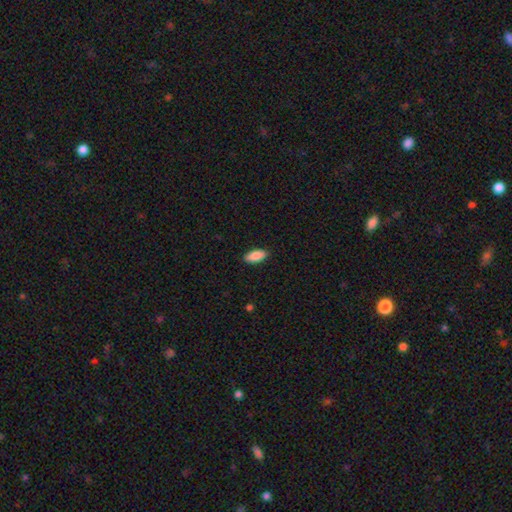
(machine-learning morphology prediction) Q: Smooth or featured?
A: smooth (89%); runner-up: star or artifact (6%)
Q: How rounded?
A: in between (87%); runner-up: cigar-shaped (11%)
Q: Merging?
A: none (88%); runner-up: minor disturbance (9%)